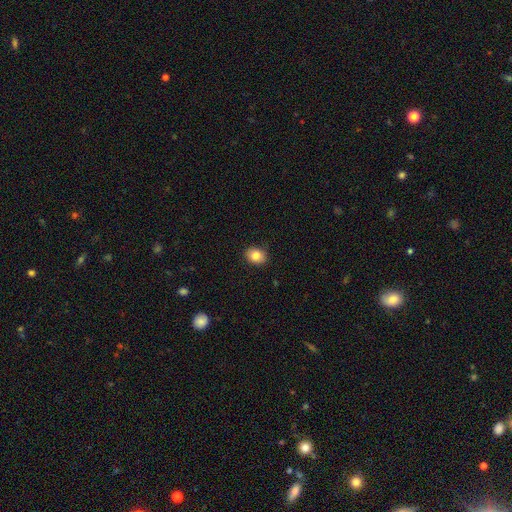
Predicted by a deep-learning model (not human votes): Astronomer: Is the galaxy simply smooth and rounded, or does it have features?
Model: smooth — 83%.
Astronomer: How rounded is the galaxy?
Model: in between — 51% (runner-up: round, 48%).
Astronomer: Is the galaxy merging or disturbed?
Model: none — 88%.